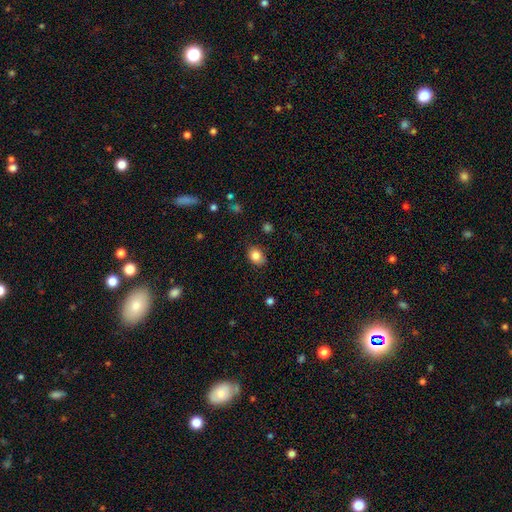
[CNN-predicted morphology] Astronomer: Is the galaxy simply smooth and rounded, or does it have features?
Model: smooth — 84%.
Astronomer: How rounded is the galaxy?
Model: in between — 66%.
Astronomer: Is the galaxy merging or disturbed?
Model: none — 79%.